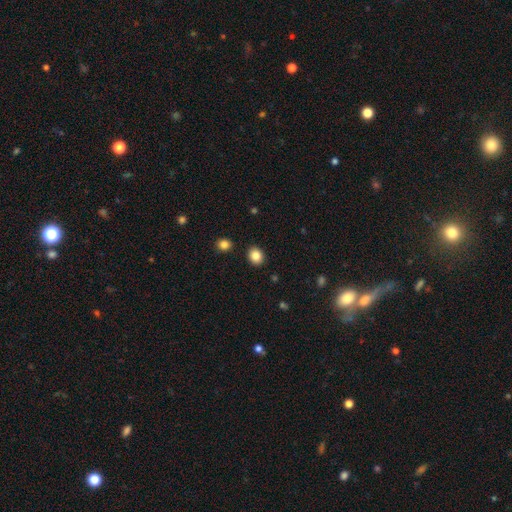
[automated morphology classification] smooth-or-featured: smooth: 85% | star or artifact: 10% | featured or disk: 5%
  how-rounded: round: 62% | in between: 37% | cigar-shaped: 1%
  merging: none: 90% | minor disturbance: 6% | merger: 2% | major disturbance: 2%